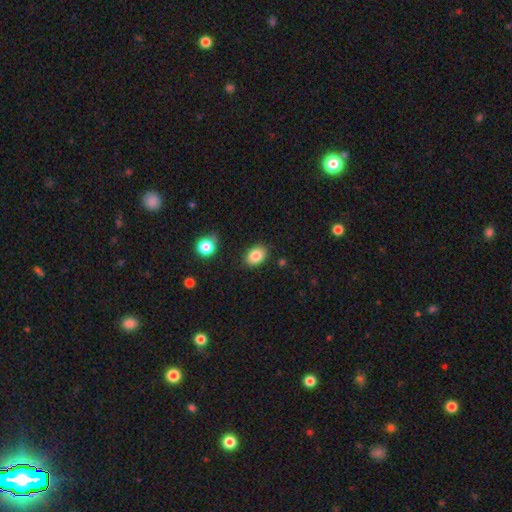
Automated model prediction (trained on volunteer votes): Smooth or featured: smooth — 85% (star or artifact — 9%)
How rounded: in between — 75% (round — 24%)
Merging: none — 85% (minor disturbance — 10%)